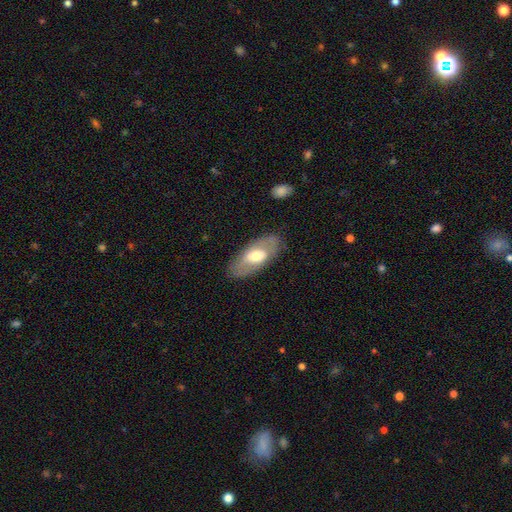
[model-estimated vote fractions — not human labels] A featured or disk galaxy (48%). Merging: none (82%).